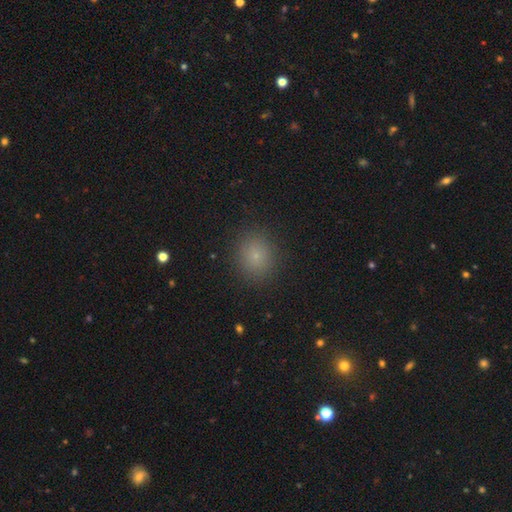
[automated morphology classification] Q: Smooth or featured?
A: smooth (77%); runner-up: star or artifact (16%)
Q: How rounded?
A: round (76%); runner-up: in between (23%)
Q: Merging?
A: none (89%); runner-up: minor disturbance (8%)